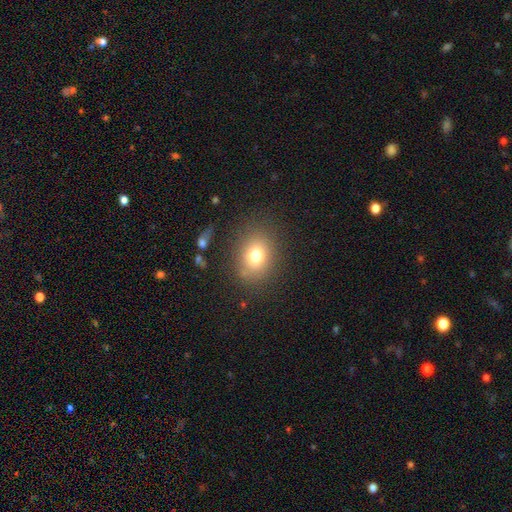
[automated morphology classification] Overall: smooth (75%). How rounded: in between (53%; round 46%). Merging: none (79%).